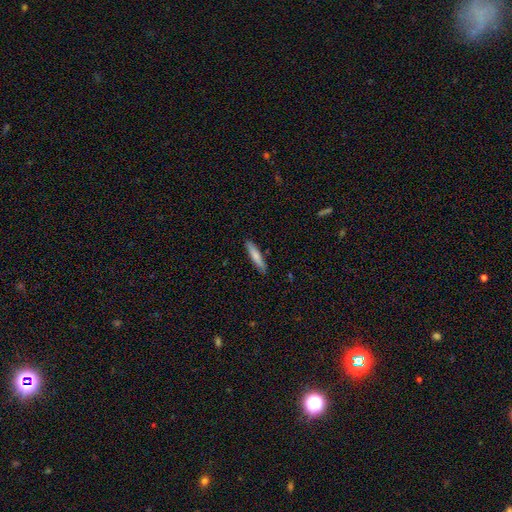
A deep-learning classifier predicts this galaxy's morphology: This is likely a smooth galaxy (76%). How rounded: clearly cigar-shaped (89%). Merging: clearly none (89%).